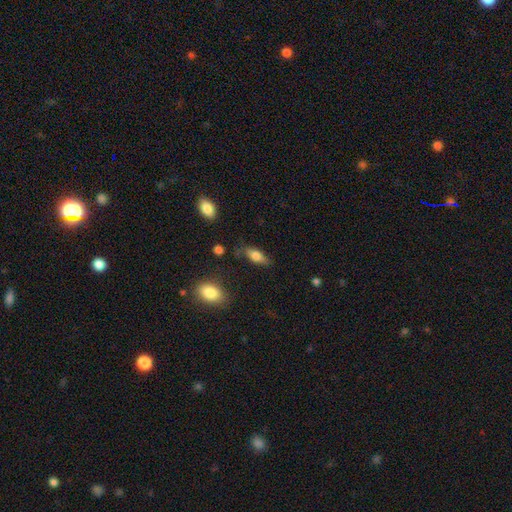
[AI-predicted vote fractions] Smooth or featured? smooth (73%)
How rounded? in between (76%)
Merging? none (72%)